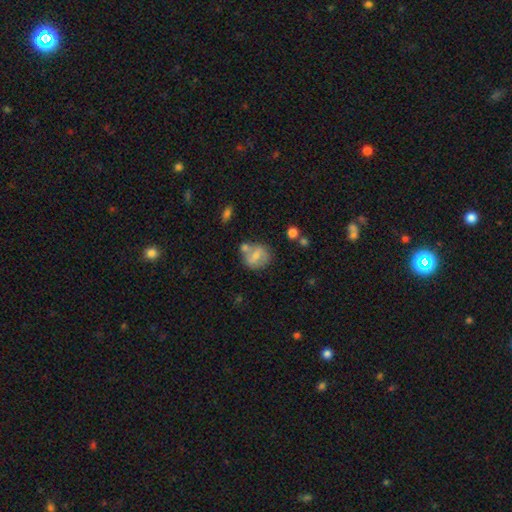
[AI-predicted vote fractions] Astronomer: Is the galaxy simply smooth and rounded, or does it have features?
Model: featured or disk — 47% (runner-up: smooth, 45%).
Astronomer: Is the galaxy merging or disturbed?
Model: none — 51%.